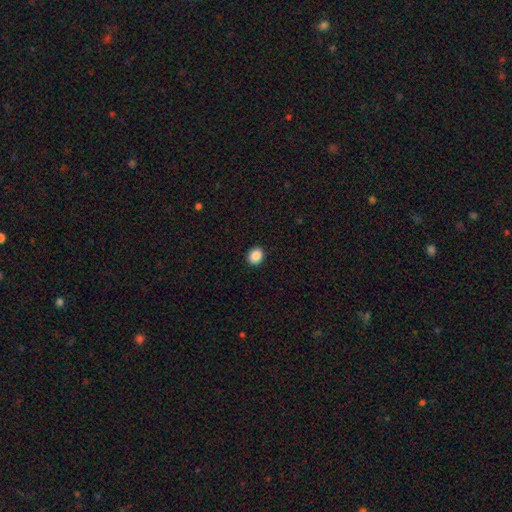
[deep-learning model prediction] A smooth galaxy with no disk features (89%) that is round (60%).

Vote fractions:
- Smooth or featured? smooth: 89% / star or artifact: 9% / featured or disk: 3%
- How rounded? round: 60% / in between: 39% / cigar-shaped: 1%
- Merging? none: 91% / minor disturbance: 6% / major disturbance: 2% / merger: 1%